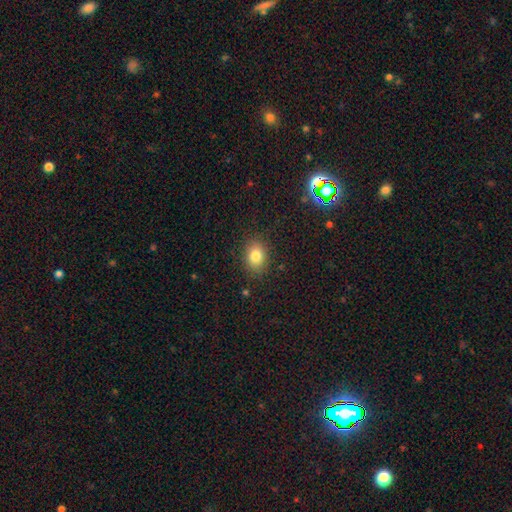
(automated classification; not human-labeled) smooth-or-featured: smooth: 81% | star or artifact: 11% | featured or disk: 7%
  how-rounded: in between: 58% | round: 41% | cigar-shaped: 1%
  merging: none: 86% | minor disturbance: 10% | major disturbance: 3% | merger: 1%